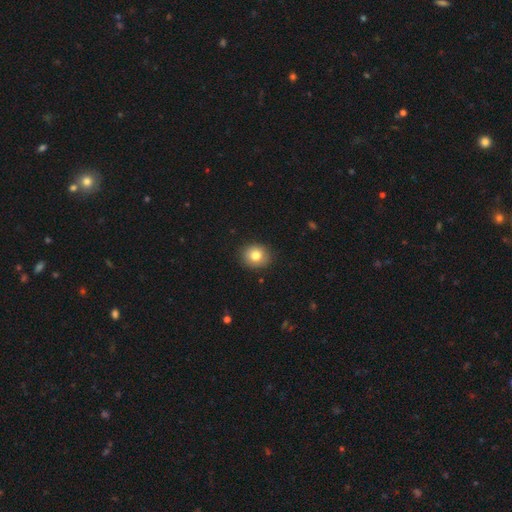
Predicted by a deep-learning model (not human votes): The model was most divided on "how rounded": round: 78%, in between: 21%, cigar-shaped: 1%. More confident: merging — none (88%); smooth or featured — smooth (80%).